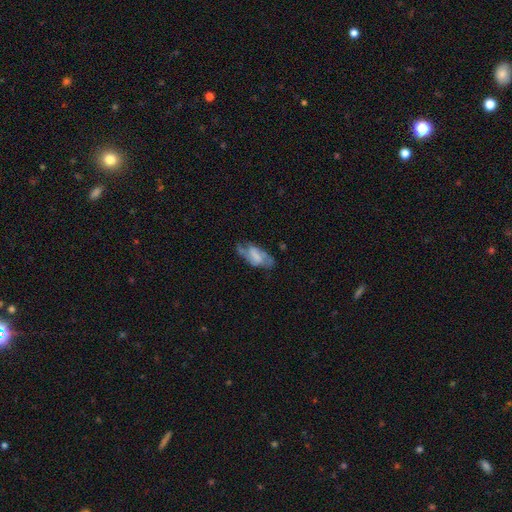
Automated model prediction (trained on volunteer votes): This is likely a featured or disk galaxy (61%). It is clearly not viewed edge-on (93%). Bar: marginally weak (41%). Spiral arm pattern: clearly yes (80%). Central bulge: possibly none (46%). Merging: possibly none (55%).